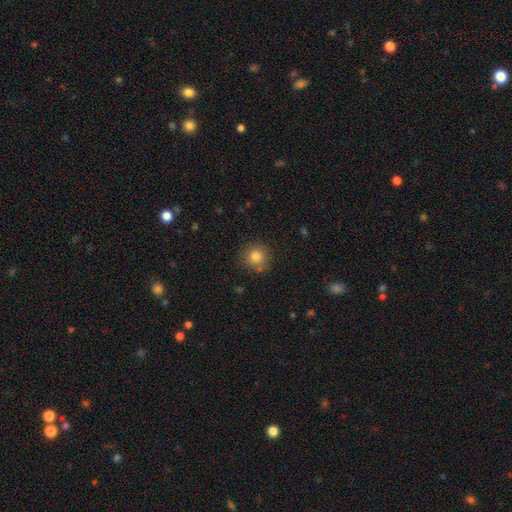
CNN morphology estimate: A smooth galaxy with no disk features (81%) that is round (93%).

Vote fractions:
- Smooth or featured? smooth: 81% / star or artifact: 12% / featured or disk: 7%
- How rounded? round: 93% / in between: 6% / cigar-shaped: 1%
- Merging? none: 84% / minor disturbance: 10% / merger: 4% / major disturbance: 3%